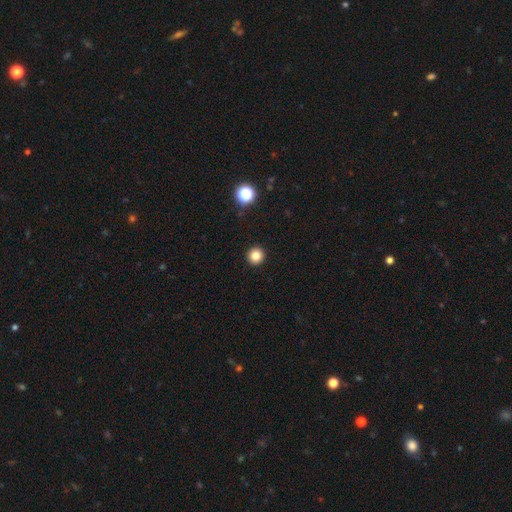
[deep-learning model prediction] The model was most divided on "smooth or featured": smooth: 83%, star or artifact: 12%, featured or disk: 5%. More confident: how rounded — round (95%); merging — none (93%).